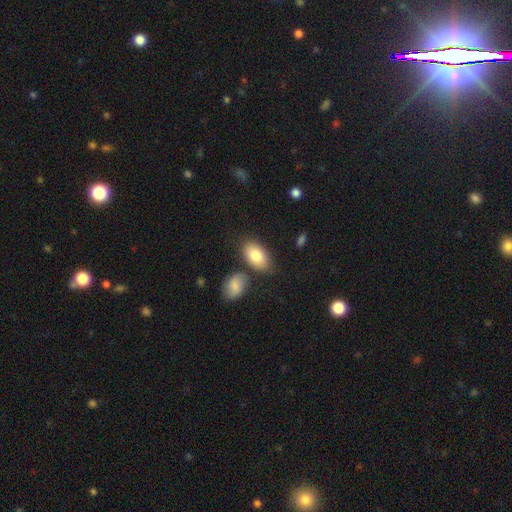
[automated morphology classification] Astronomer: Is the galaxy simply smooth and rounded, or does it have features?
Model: smooth — 83%.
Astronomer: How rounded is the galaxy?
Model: in between — 93%.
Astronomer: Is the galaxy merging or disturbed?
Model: none — 72%.